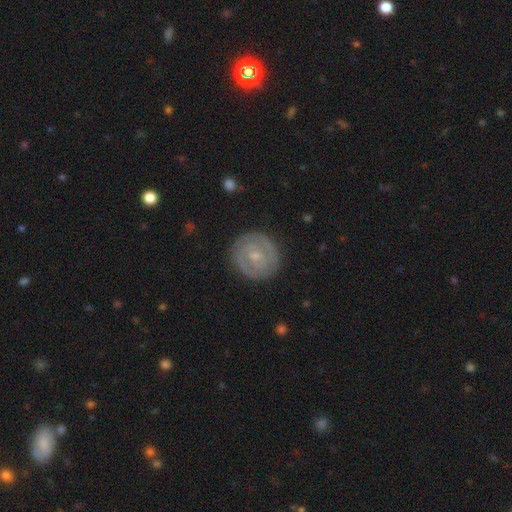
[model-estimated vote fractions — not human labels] Overall: featured or disk (73%). Edge-on disk: no (98%). Bar: no (64%; weak 29%). Spiral arms: yes (84%). Spiral arm count: 2 (62%). Spiral winding: tight (72%). Bulge size: small (74%). Merging: none (87%).